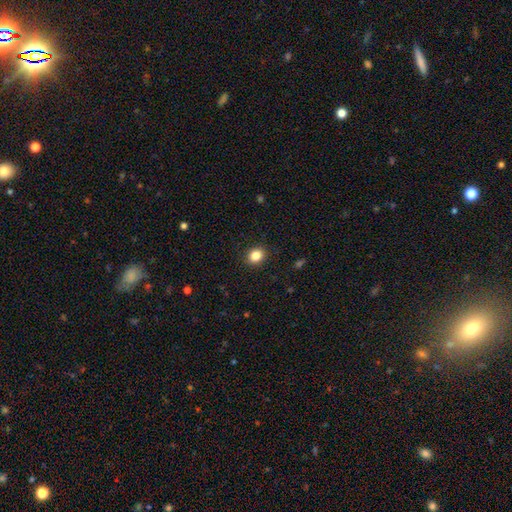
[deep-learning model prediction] Smooth or featured? Predicted: smooth (p=0.85). How rounded? Predicted: round (p=0.59). Merging? Predicted: none (p=0.91).